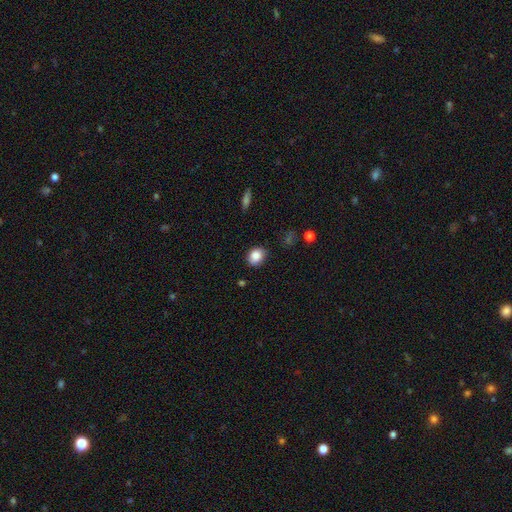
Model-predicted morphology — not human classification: Smooth or featured: smooth — 86% (star or artifact — 9%)
How rounded: in between — 55% (round — 44%)
Merging: none — 84% (minor disturbance — 12%)